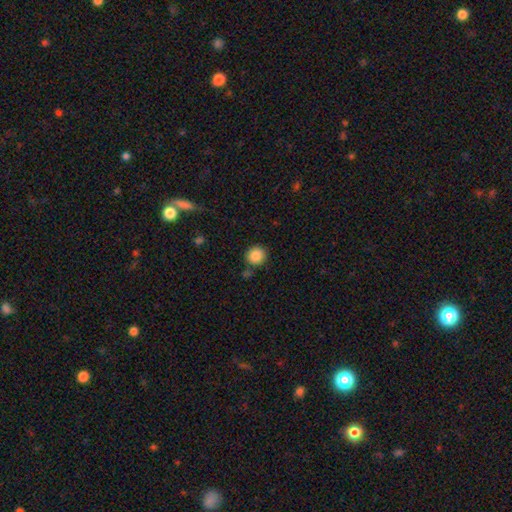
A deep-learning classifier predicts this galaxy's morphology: smooth 87%, star or artifact 9%, featured or disk 4%. Down the decision tree: how rounded — round (90%); merging — none (83%).